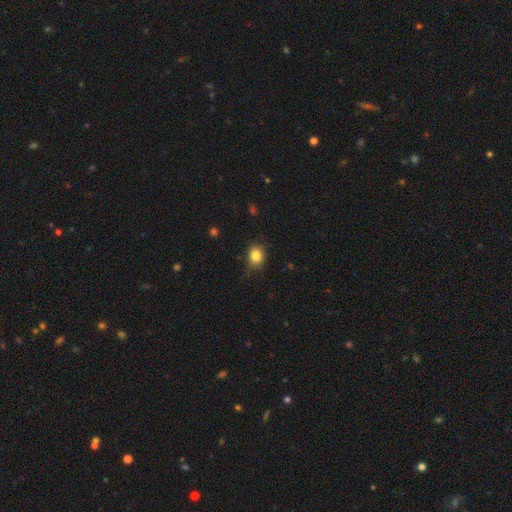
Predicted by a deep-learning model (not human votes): smooth_or_featured: smooth (p=0.83) [alt: star or artifact p=0.10]
how_rounded: round (p=0.55) [alt: in between p=0.44]
merging: none (p=0.78) [alt: minor disturbance p=0.18]